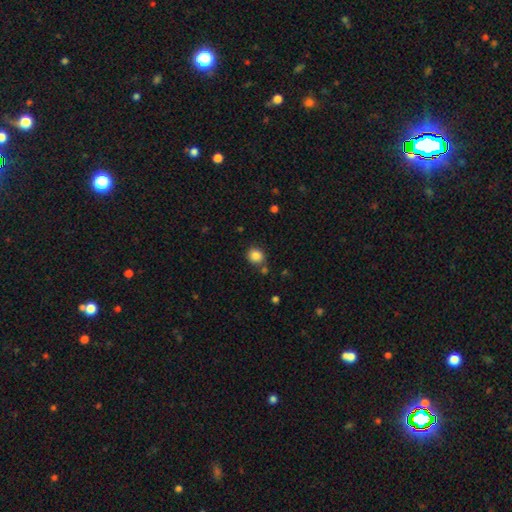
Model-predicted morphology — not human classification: type=smooth (86%); roundness=round (81%); merging=none (78%).